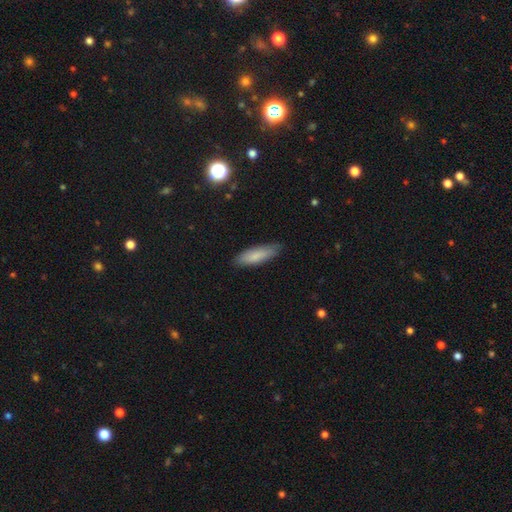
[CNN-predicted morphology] The model was most divided on "how rounded": cigar-shaped: 60%, in between: 39%, round: 2%. More confident: merging — none (82%); smooth or featured — smooth (80%).